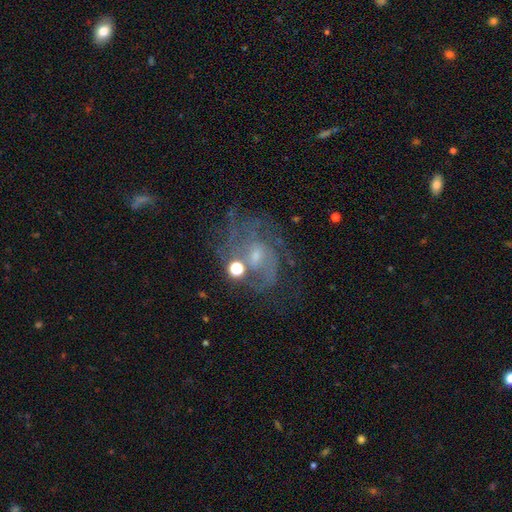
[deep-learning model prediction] Smooth or featured: featured or disk — 77% (star or artifact — 13%)
Edge-on disk: no — 97% (yes — 3%)
Bar: no — 51% (weak — 41%)
Spiral arms: yes — 91% (no — 9%)
Spiral winding: medium — 43% (tight — 41%)
Spiral arm count: can't tell — 32% (2 — 29%)
Bulge size: small — 59% (moderate — 29%)
Merging: none — 61% (minor disturbance — 17%)